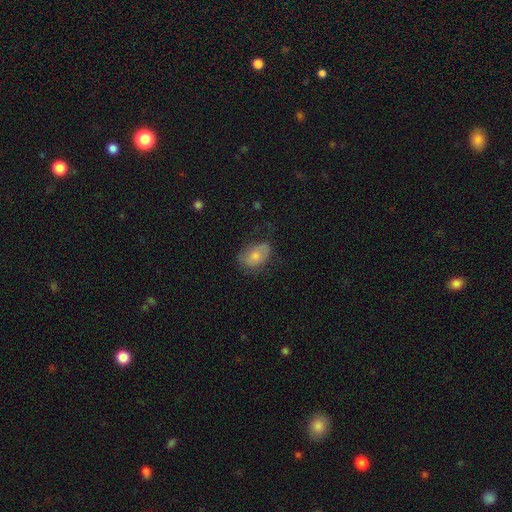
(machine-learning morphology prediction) smooth 70%, featured or disk 23%, star or artifact 7%. Down the decision tree: how rounded — in between (88%); merging — none (59%).